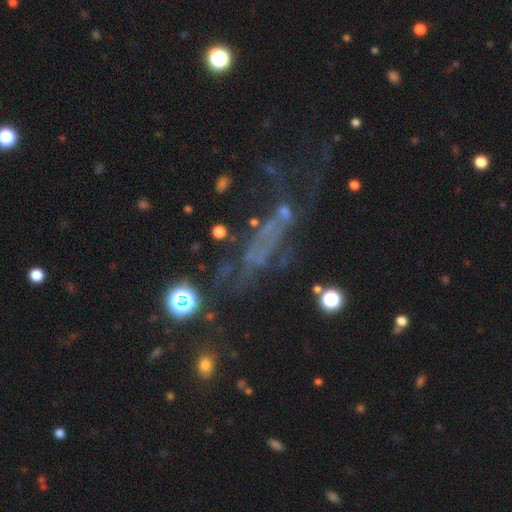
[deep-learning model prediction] Smooth or featured?
  - featured or disk: 39% *
  - star or artifact: 36%
  - smooth: 26%
Merging?
  - none: 40% *
  - major disturbance: 29%
  - minor disturbance: 17%
  - merger: 13%